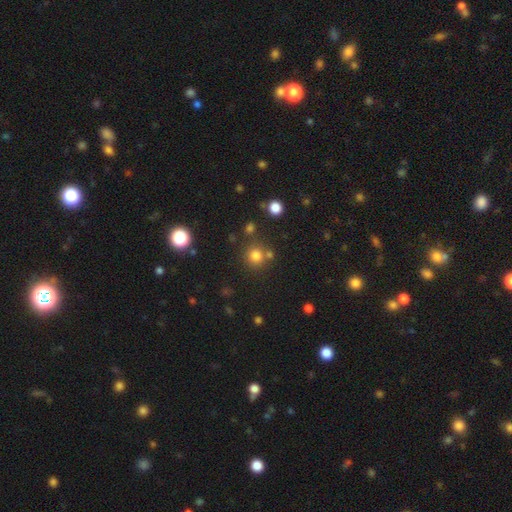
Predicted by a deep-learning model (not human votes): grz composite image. It shows a smooth galaxy with no disk features (77%) that is round (92%). Merging: none (76%).